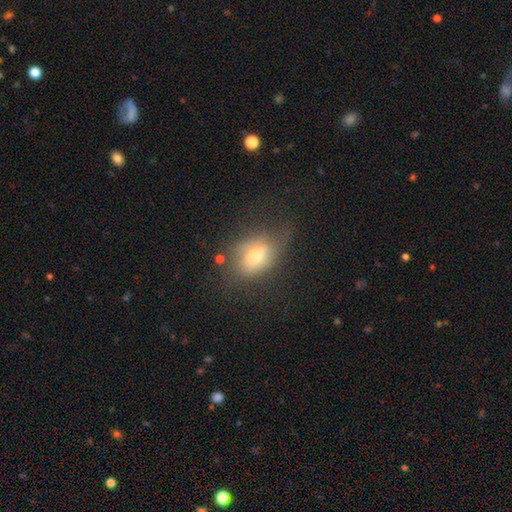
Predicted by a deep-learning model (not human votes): Q: Smooth or featured?
A: smooth (61%); runner-up: featured or disk (27%)
Q: How rounded?
A: in between (80%); runner-up: round (17%)
Q: Merging?
A: none (49%); runner-up: minor disturbance (29%)